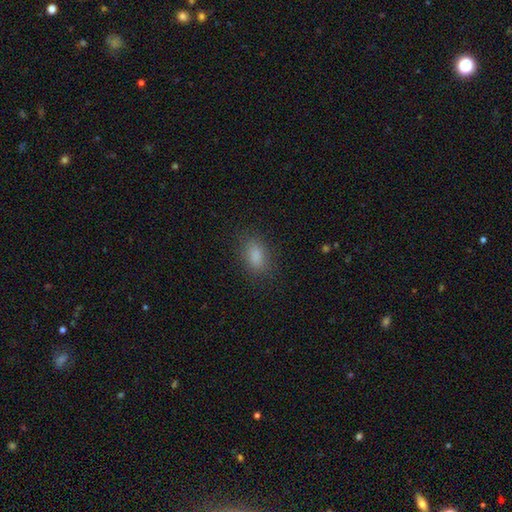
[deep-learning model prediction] Morphology: type=smooth (85%); roundness=in between (85%); merging=none (82%).